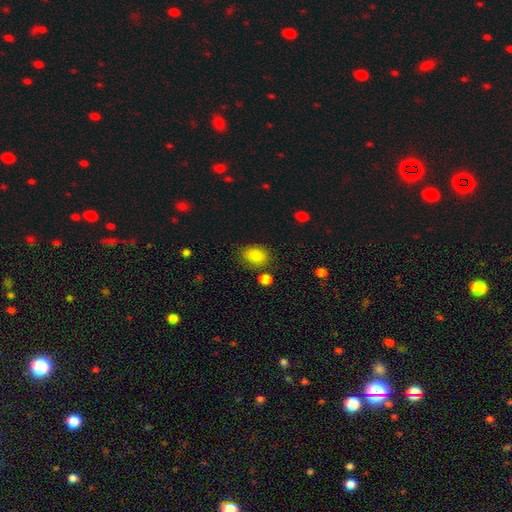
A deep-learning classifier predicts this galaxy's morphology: A smooth galaxy with no disk features (87%) that is in between round and cigar-shaped (73%).

Vote fractions:
- Smooth or featured? smooth: 87% / star or artifact: 9% / featured or disk: 4%
- How rounded? in between: 73% / round: 26% / cigar-shaped: 1%
- Merging? none: 74% / minor disturbance: 16% / major disturbance: 5% / merger: 5%